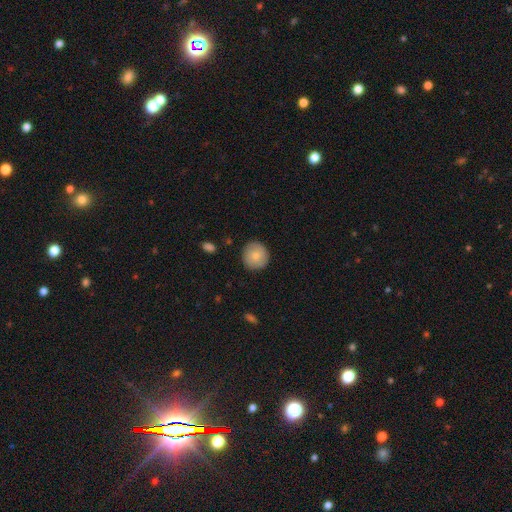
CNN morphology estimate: This appears to be a smooth galaxy with no disk features (78%) that is round (93%). Merging: none (89%).